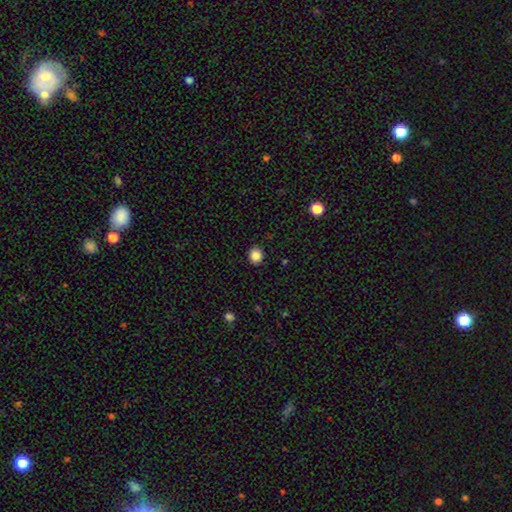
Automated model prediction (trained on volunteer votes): The model was most divided on "how rounded": round: 77%, in between: 22%, cigar-shaped: 1%. More confident: merging — none (91%); smooth or featured — smooth (86%).